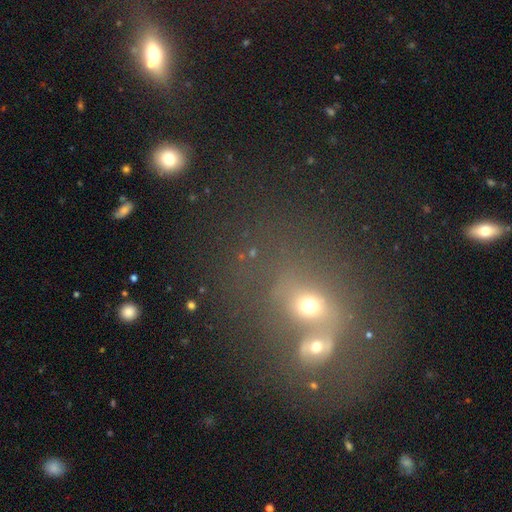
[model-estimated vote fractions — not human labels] Smooth or featured?
  - smooth: 46% *
  - star or artifact: 29%
  - featured or disk: 25%
Merging?
  - merger: 50% *
  - none: 33%
  - minor disturbance: 9%
  - major disturbance: 7%